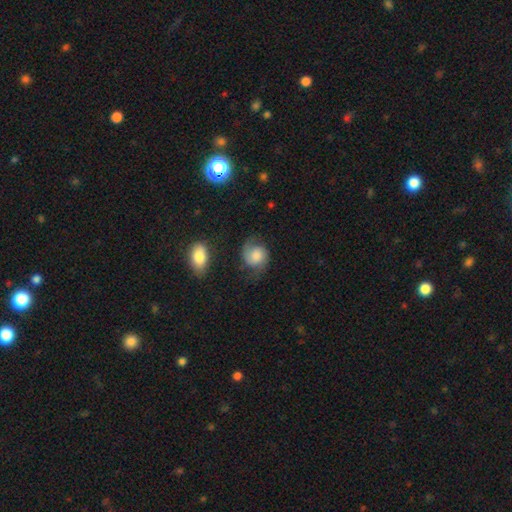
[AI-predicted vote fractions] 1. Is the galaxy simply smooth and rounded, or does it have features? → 54% featured or disk, 38% smooth, 9% star or artifact.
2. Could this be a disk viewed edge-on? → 98% no, 2% yes.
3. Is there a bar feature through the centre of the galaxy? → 66% no, 29% weak, 5% strong.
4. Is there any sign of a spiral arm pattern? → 92% yes, 8% no.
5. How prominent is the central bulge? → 29% moderate, 28% large, 18% small, 17% none, 8% dominant.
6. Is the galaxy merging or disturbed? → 61% none, 23% minor disturbance, 12% major disturbance, 4% merger.